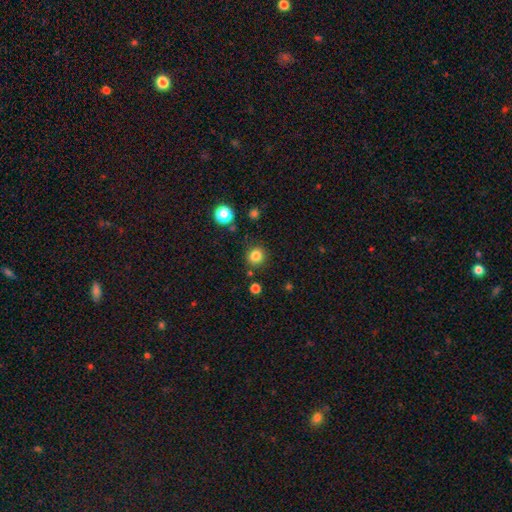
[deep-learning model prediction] This appears to be a smooth galaxy with no disk features (83%) that is round (92%). Merging: none (86%).